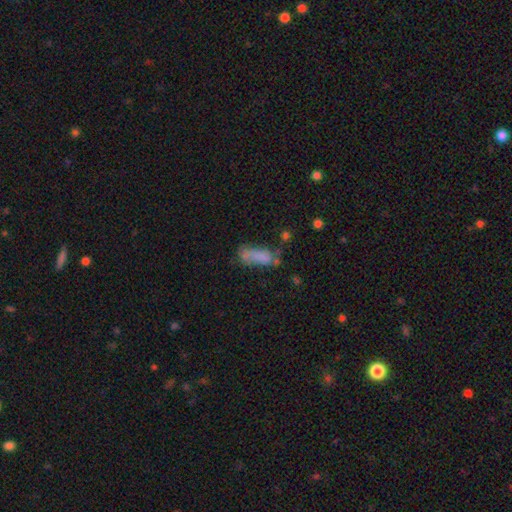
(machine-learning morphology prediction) smooth 68%, featured or disk 20%, star or artifact 12%. Down the decision tree: how rounded — in between (68%); merging — none (35%).